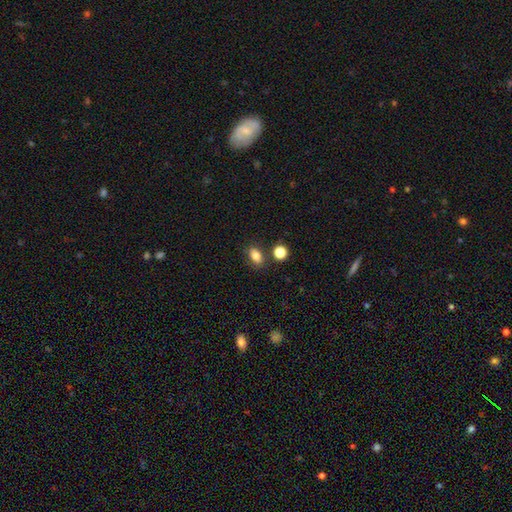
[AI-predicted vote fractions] Smooth or featured: smooth — 81% (star or artifact — 11%)
How rounded: in between — 79% (round — 19%)
Merging: none — 77% (minor disturbance — 12%)